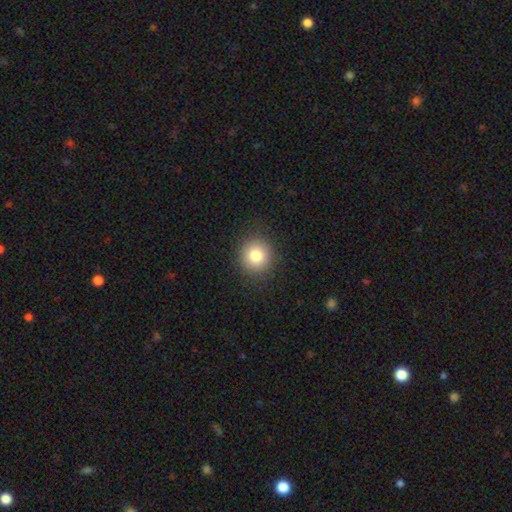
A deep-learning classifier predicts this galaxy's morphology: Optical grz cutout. It shows a smooth galaxy with no disk features (80%) that is round (91%). Merging: none (90%).